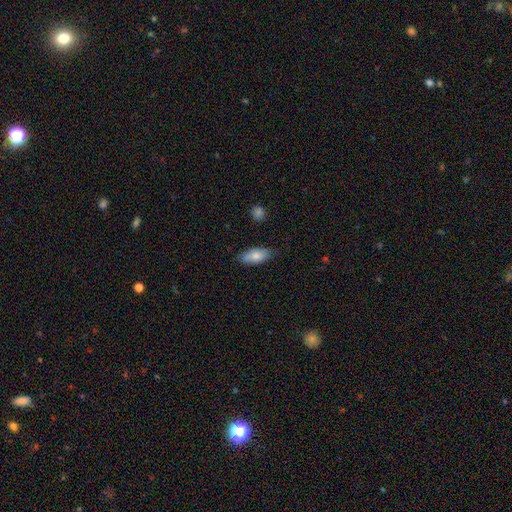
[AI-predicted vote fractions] This appears to be a smooth galaxy with no disk features (79%) that is in between round and cigar-shaped (83%). Merging: none (81%).